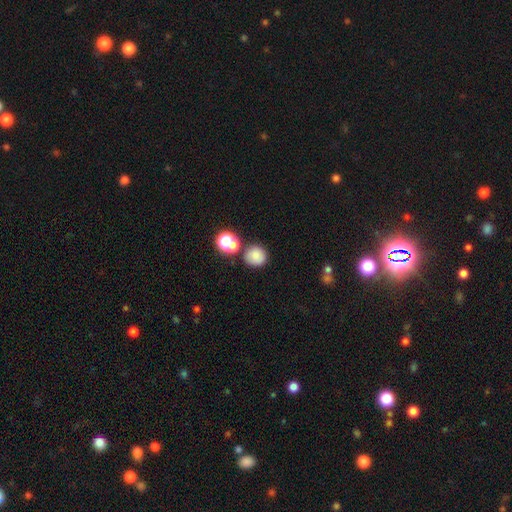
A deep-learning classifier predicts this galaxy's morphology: Smooth or featured? smooth (77%)
How rounded? round (88%)
Merging? none (73%)